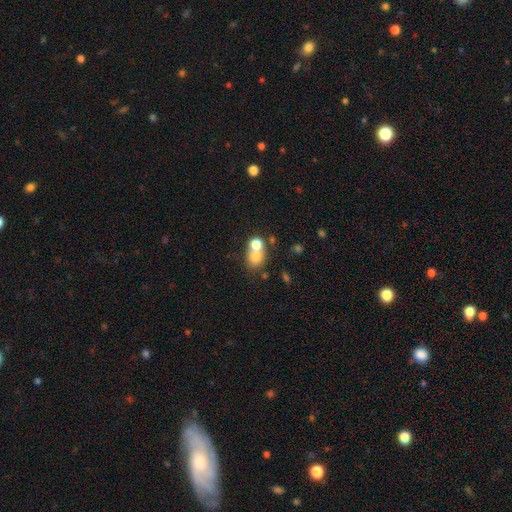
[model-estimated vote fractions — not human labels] Smooth or featured? smooth (74%)
How rounded? round (65%)
Merging? merger (51%)